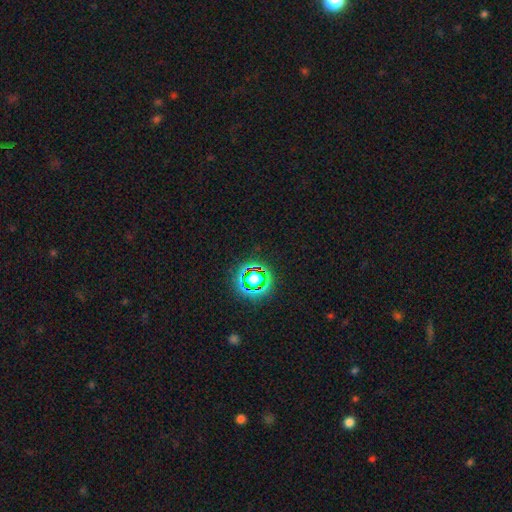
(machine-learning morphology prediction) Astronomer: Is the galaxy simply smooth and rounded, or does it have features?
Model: star or artifact — 77%.